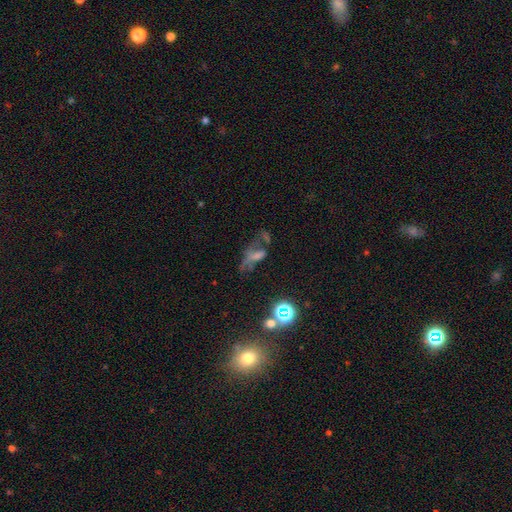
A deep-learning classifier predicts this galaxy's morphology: A featured or disk galaxy (37%). Merging: none (35%).